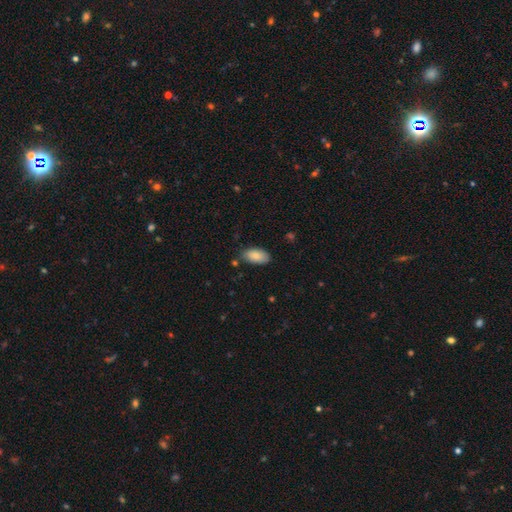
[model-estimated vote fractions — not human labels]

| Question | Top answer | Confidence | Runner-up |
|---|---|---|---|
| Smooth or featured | smooth | 86% | featured or disk (7%) |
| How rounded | in between | 94% | cigar-shaped (3%) |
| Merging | none | 80% | minor disturbance (15%) |